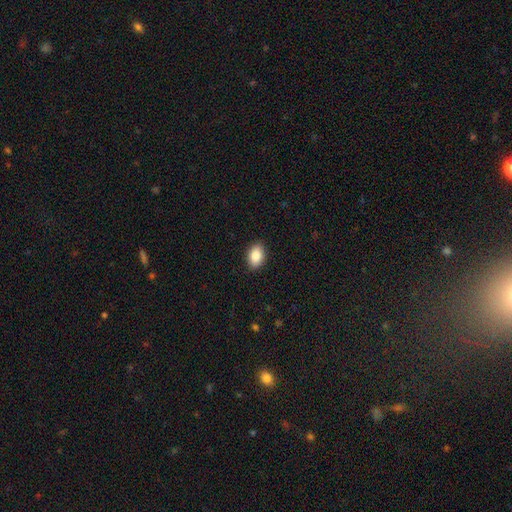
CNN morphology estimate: smooth_or_featured: smooth (p=0.87) [alt: star or artifact p=0.07]
how_rounded: in between (p=0.88) [alt: round p=0.10]
merging: none (p=0.89) [alt: minor disturbance p=0.08]